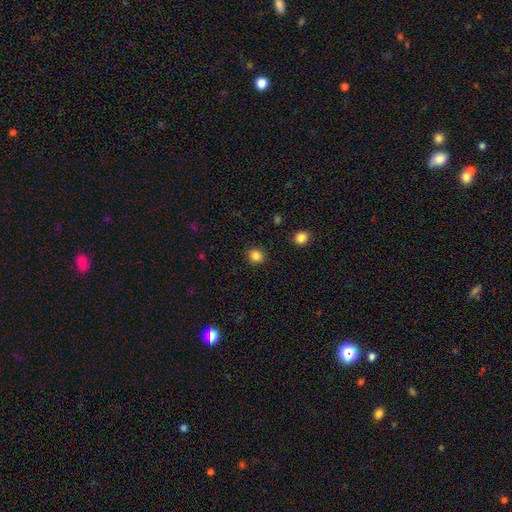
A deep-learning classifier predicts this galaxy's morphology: smooth_or_featured: smooth (p=0.86) [alt: star or artifact p=0.11]
how_rounded: round (p=0.87) [alt: in between p=0.12]
merging: none (p=0.91) [alt: minor disturbance p=0.06]